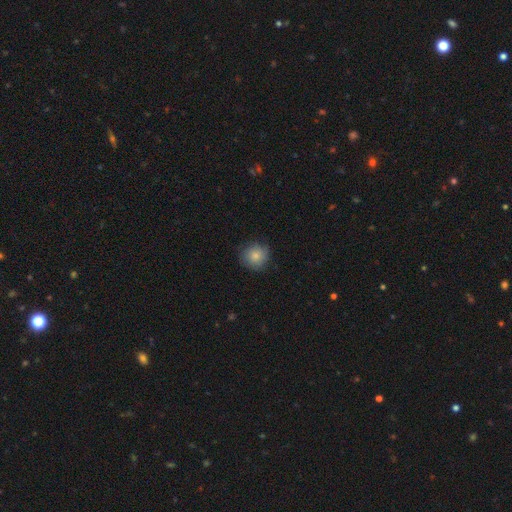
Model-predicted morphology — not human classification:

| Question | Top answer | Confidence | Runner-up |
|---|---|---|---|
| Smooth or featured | smooth | 83% | star or artifact (9%) |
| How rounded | round | 91% | in between (8%) |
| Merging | none | 82% | minor disturbance (14%) |